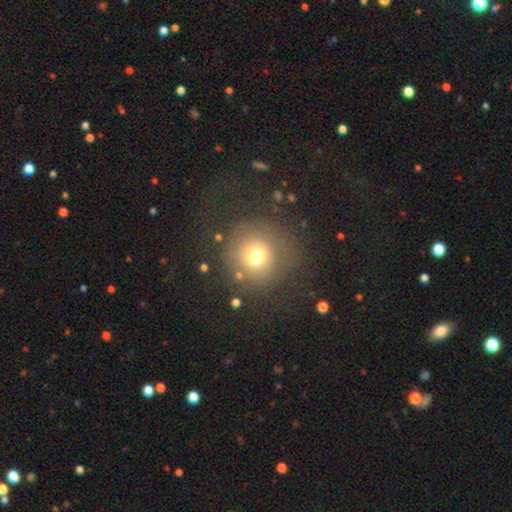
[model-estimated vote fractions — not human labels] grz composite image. It shows a smooth galaxy with no disk features (69%) that is round (93%). Merging: none (75%).